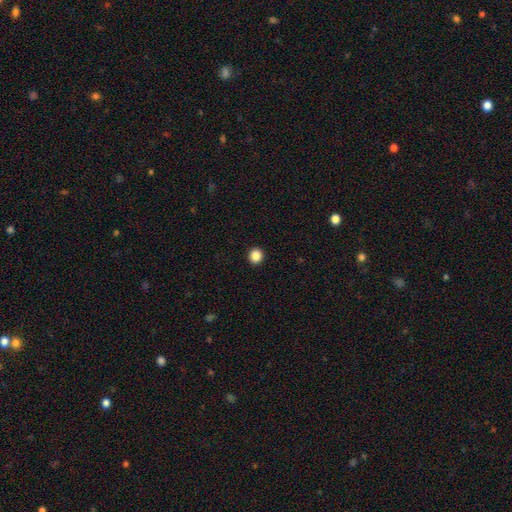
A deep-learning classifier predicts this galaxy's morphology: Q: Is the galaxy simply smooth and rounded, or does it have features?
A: smooth — 87%.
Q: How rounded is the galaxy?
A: round — 91%.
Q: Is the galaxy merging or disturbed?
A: none — 94%.